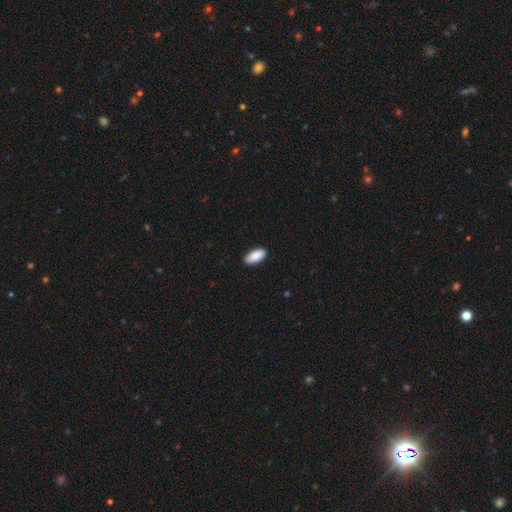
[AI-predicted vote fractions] smooth-or-featured: smooth: 90% | star or artifact: 6% | featured or disk: 4%
  how-rounded: in between: 91% | cigar-shaped: 7% | round: 2%
  merging: none: 90% | minor disturbance: 8% | major disturbance: 2% | merger: 1%